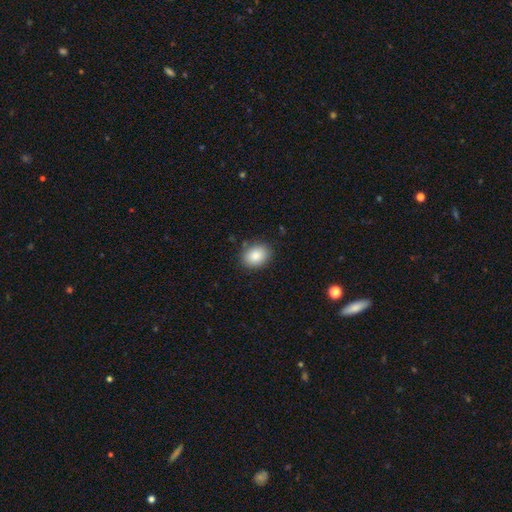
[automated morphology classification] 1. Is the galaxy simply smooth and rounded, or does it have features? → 86% smooth, 8% star or artifact, 6% featured or disk.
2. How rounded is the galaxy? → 61% in between, 38% round, 1% cigar-shaped.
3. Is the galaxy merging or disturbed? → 85% none, 11% minor disturbance, 3% major disturbance, 1% merger.